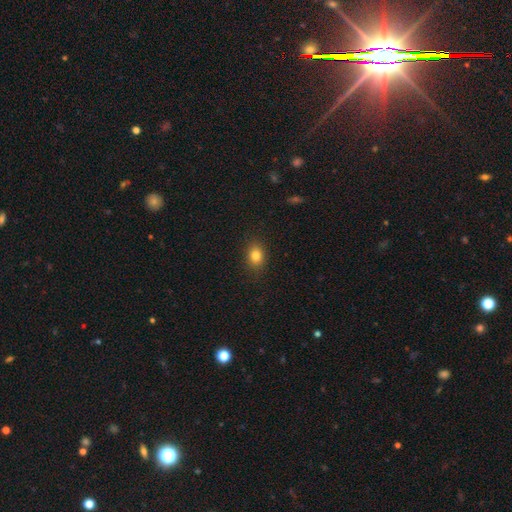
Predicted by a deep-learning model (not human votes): This appears to be a smooth galaxy with no disk features (82%) that is in between round and cigar-shaped (57%). Merging: none (87%).